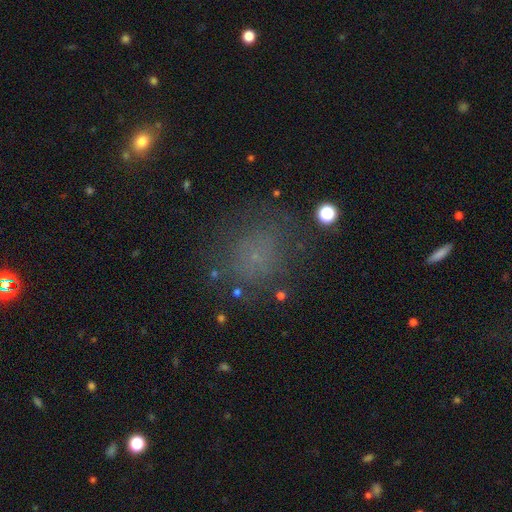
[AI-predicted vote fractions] Smooth or featured?
  - smooth: 57% *
  - star or artifact: 30%
  - featured or disk: 13%
How rounded?
  - round: 79% *
  - in between: 20%
  - cigar-shaped: 1%
Merging?
  - none: 77% *
  - minor disturbance: 14%
  - major disturbance: 7%
  - merger: 2%